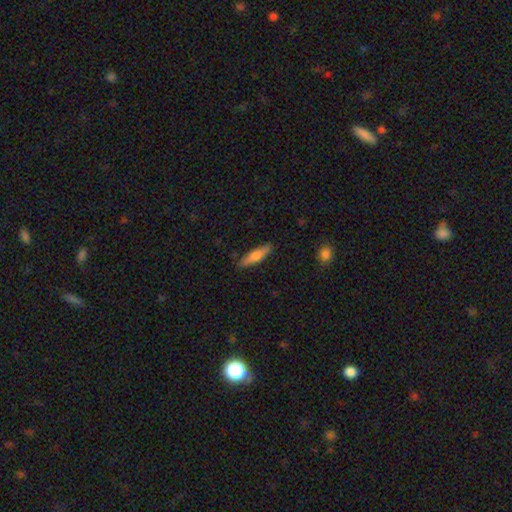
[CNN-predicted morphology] This appears to be a smooth galaxy with no disk features (68%) that is cigar-shaped (74%). Merging: none (87%).